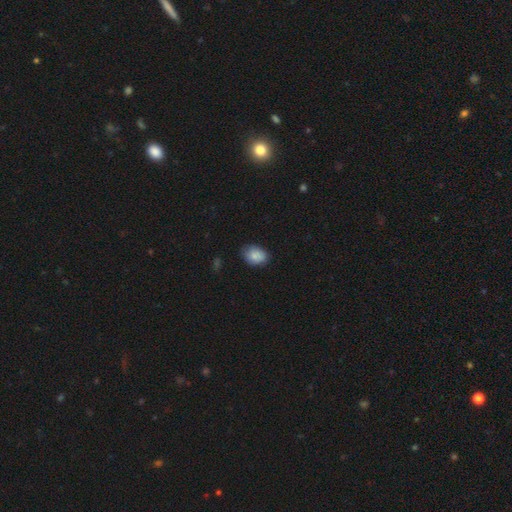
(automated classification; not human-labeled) Smooth or featured: smooth — 84% (featured or disk — 9%)
How rounded: in between — 69% (round — 30%)
Merging: none — 73% (minor disturbance — 22%)